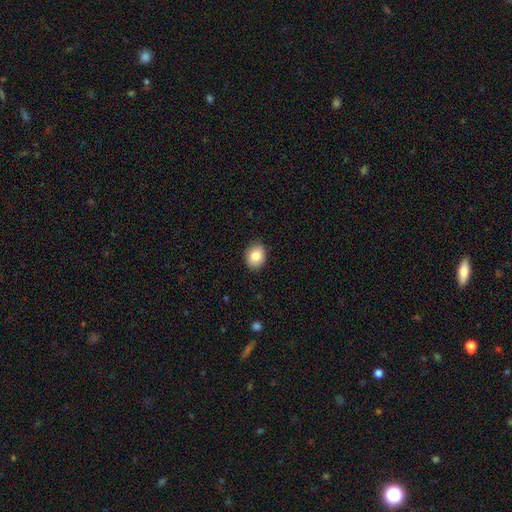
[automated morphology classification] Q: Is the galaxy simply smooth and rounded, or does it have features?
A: smooth — 85%.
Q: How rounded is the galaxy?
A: in between — 56%.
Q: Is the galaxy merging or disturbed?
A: none — 87%.